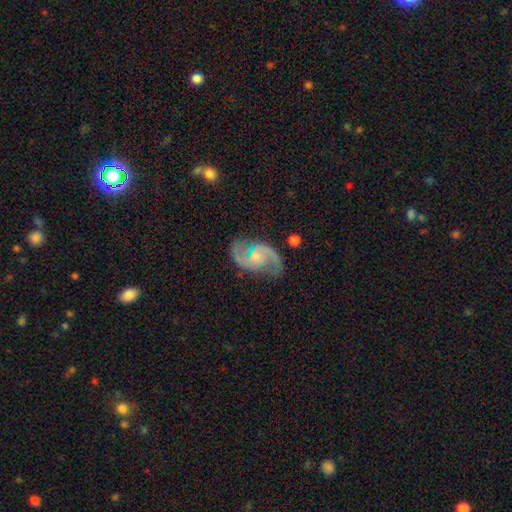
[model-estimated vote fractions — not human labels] Morphology: type=featured or disk (87%); edge-on=no (98%); bar=no (50%); spiral arms=yes (97%); winding=medium (53%); arm count=2 (92%); bulge=small (38%); merging=none (74%).